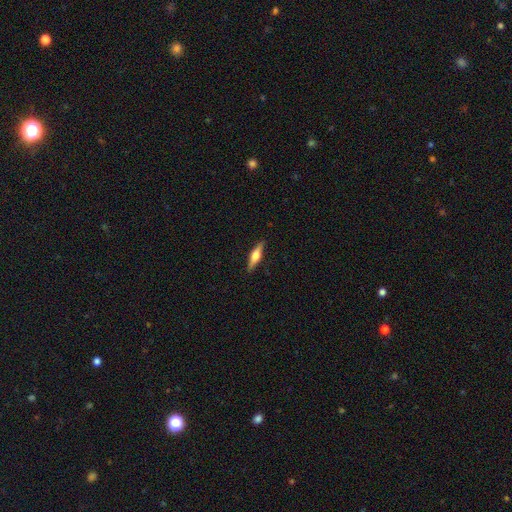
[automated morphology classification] Q: Smooth or featured?
A: featured or disk (59%); runner-up: smooth (35%)
Q: Edge-on disk?
A: yes (96%); runner-up: no (4%)
Q: Edge-on bulge?
A: rounded (92%); runner-up: boxy (6%)
Q: Merging?
A: none (89%); runner-up: minor disturbance (8%)